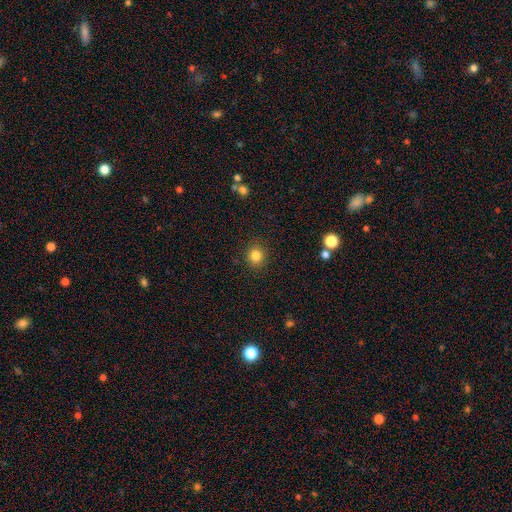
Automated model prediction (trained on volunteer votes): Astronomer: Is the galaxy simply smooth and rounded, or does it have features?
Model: smooth — 83%.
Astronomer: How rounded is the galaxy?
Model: round — 88%.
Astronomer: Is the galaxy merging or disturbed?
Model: none — 90%.